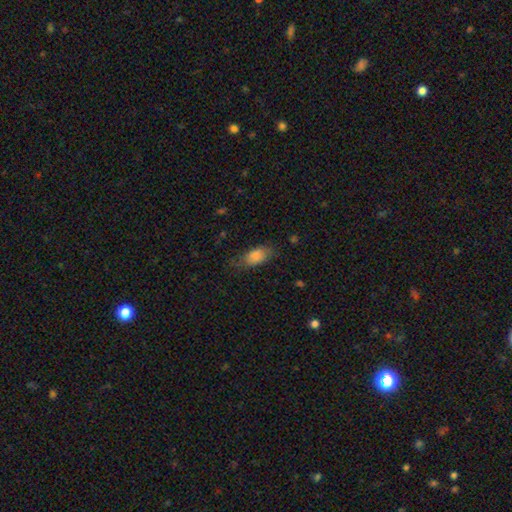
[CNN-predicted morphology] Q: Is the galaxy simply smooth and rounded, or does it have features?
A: smooth — 80%.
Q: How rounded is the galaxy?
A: in between — 84%.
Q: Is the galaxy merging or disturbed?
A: none — 71%.